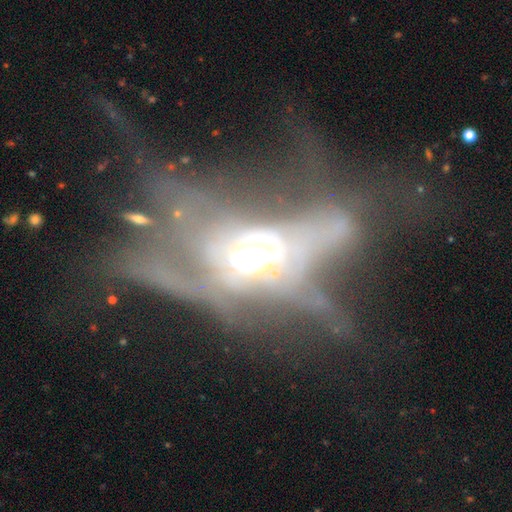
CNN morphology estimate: type=featured or disk (69%); edge-on=no (78%); bar=no (76%); spiral arms=no (74%); bulge=moderate (49%); merging=major disturbance (64%).